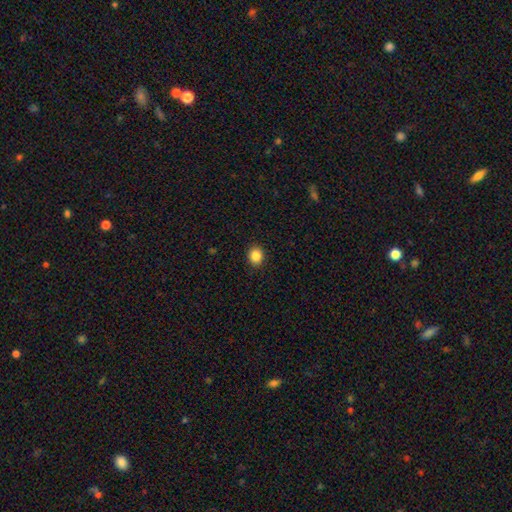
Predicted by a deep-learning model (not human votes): Smooth or featured?
  - smooth: 87% *
  - star or artifact: 10%
  - featured or disk: 3%
How rounded?
  - round: 71% *
  - in between: 28%
  - cigar-shaped: 1%
Merging?
  - none: 91% *
  - minor disturbance: 6%
  - major disturbance: 2%
  - merger: 1%